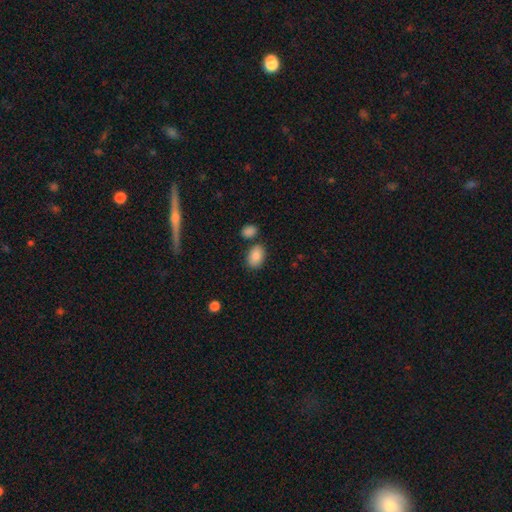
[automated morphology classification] Q: Smooth or featured?
A: smooth (86%); runner-up: star or artifact (8%)
Q: How rounded?
A: in between (86%); runner-up: round (12%)
Q: Merging?
A: none (76%); runner-up: minor disturbance (12%)